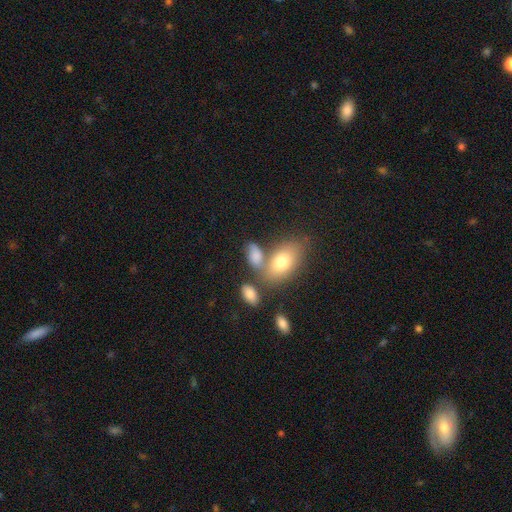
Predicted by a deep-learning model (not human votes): Smooth or featured: smooth — 73% (featured or disk — 18%)
How rounded: in between — 88% (round — 8%)
Merging: none — 42% (merger — 34%)